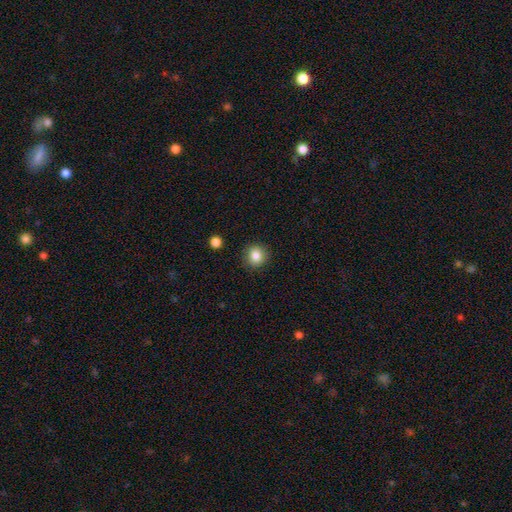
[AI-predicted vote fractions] Smooth or featured? Predicted: smooth (p=0.84). How rounded? Predicted: round (p=0.91). Merging? Predicted: none (p=0.91).